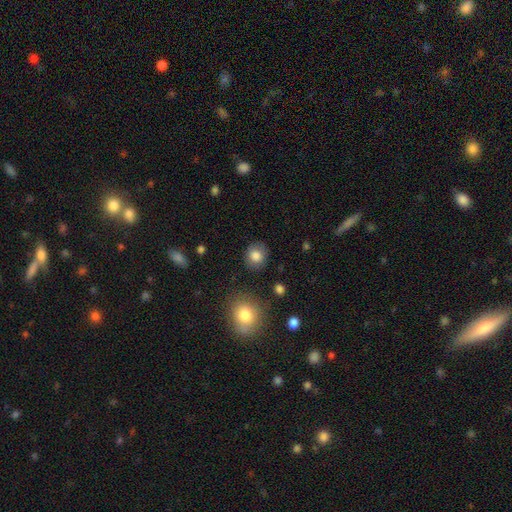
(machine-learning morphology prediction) smooth-or-featured: smooth: 84% | star or artifact: 9% | featured or disk: 7%
  how-rounded: round: 80% | in between: 19% | cigar-shaped: 1%
  merging: none: 85% | minor disturbance: 10% | major disturbance: 3% | merger: 2%